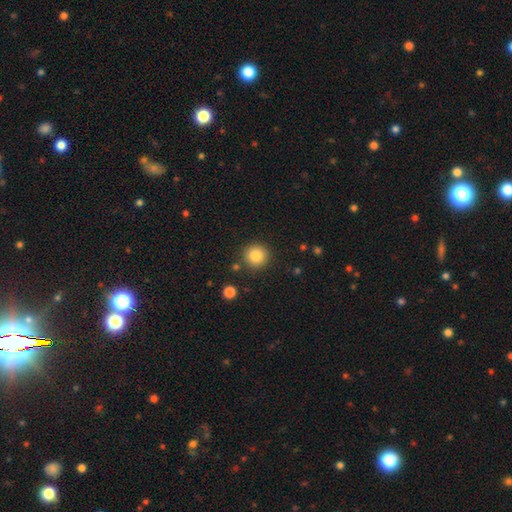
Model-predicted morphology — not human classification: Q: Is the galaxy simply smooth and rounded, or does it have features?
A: smooth — 85%.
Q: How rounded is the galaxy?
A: round — 94%.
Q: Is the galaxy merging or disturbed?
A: none — 88%.